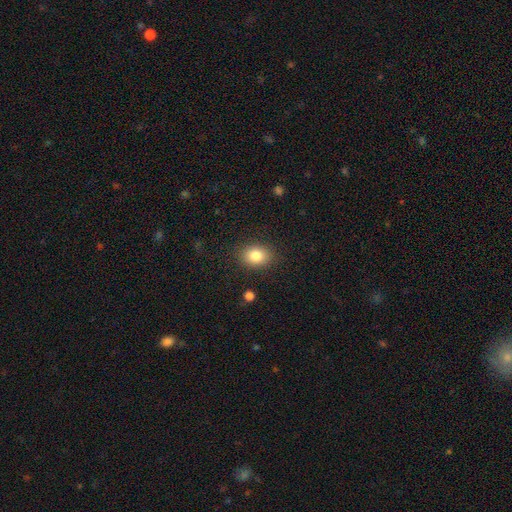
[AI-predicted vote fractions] Smooth or featured? Predicted: smooth (p=0.84). How rounded? Predicted: in between (p=0.64). Merging? Predicted: none (p=0.86).